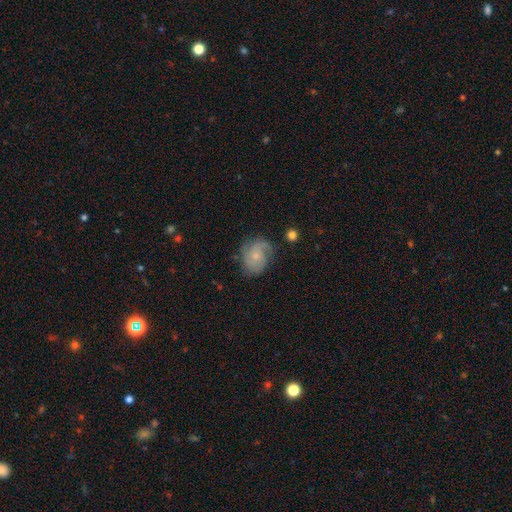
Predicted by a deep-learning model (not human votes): Q: Smooth or featured?
A: featured or disk (59%); runner-up: smooth (33%)
Q: Edge-on disk?
A: no (97%); runner-up: yes (3%)
Q: Bar?
A: no (77%); runner-up: weak (20%)
Q: Spiral arms?
A: yes (87%); runner-up: no (13%)
Q: Bulge size?
A: small (69%); runner-up: moderate (24%)
Q: Merging?
A: none (59%); runner-up: minor disturbance (26%)